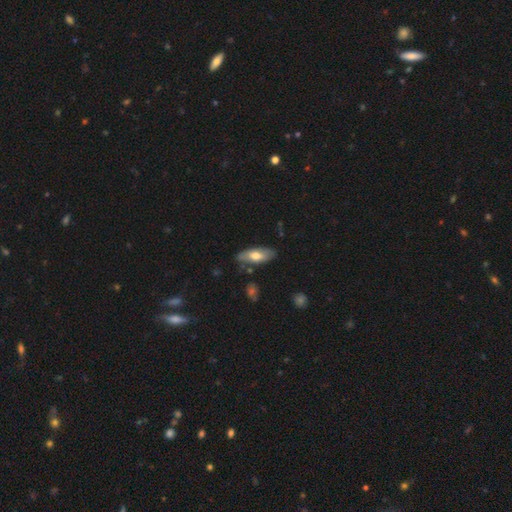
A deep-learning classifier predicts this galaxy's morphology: Overall: smooth (63%; featured or disk 31%). How rounded: in between (77%). Merging: none (76%).